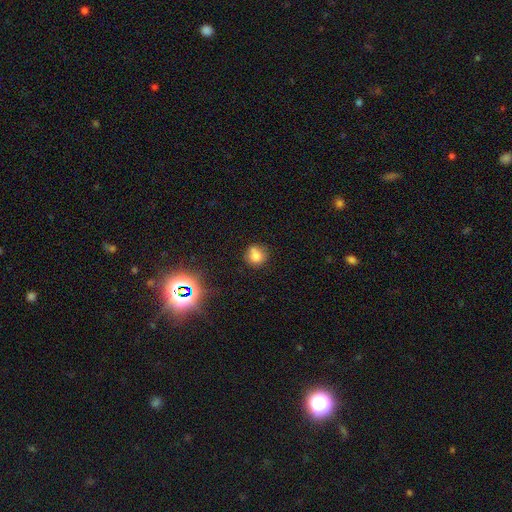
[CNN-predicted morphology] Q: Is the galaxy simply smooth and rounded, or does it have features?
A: smooth — 74%.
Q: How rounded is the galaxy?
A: round — 86%.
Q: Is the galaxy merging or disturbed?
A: none — 62%.